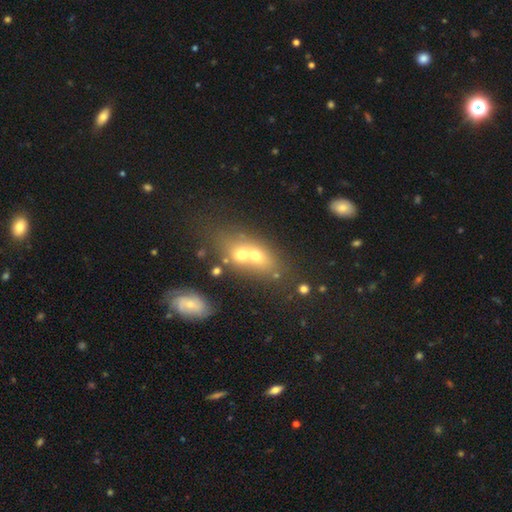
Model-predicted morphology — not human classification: The model was most divided on "how rounded": in between: 57%, round: 37%, cigar-shaped: 6%. More confident: merging — merger (69%); smooth or featured — smooth (58%).